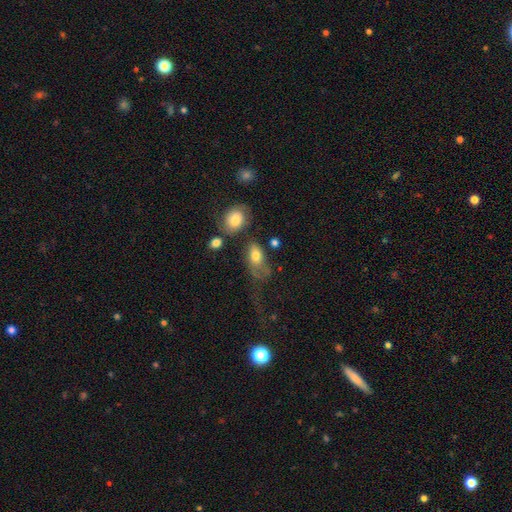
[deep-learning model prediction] A smooth galaxy with no disk features (69%) that is in between round and cigar-shaped (87%).

Vote fractions:
- Smooth or featured? smooth: 69% / featured or disk: 22% / star or artifact: 9%
- How rounded? in between: 87% / round: 9% / cigar-shaped: 4%
- Merging? major disturbance: 39% / none: 26% / minor disturbance: 24% / merger: 12%